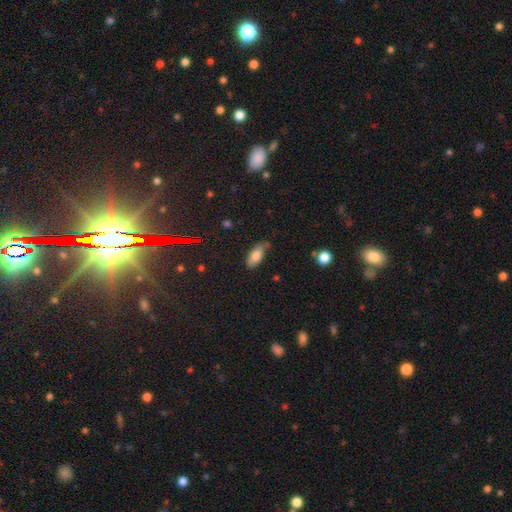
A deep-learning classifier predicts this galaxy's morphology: A smooth galaxy with no disk features (77%) that is in between round and cigar-shaped (83%). Merging: none (64%).